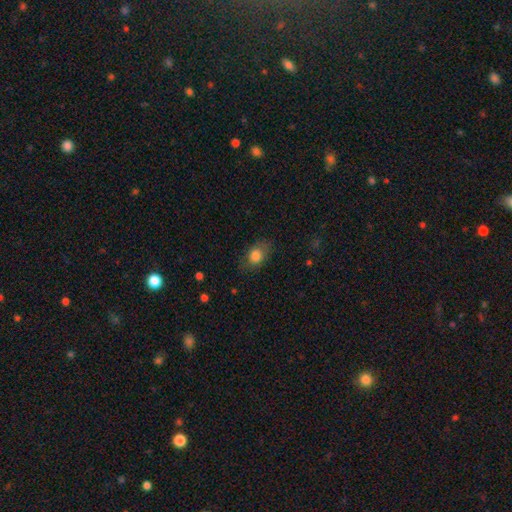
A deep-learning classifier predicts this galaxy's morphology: Smooth or featured? Predicted: smooth (p=0.81). How rounded? Predicted: in between (p=0.69). Merging? Predicted: none (p=0.74).